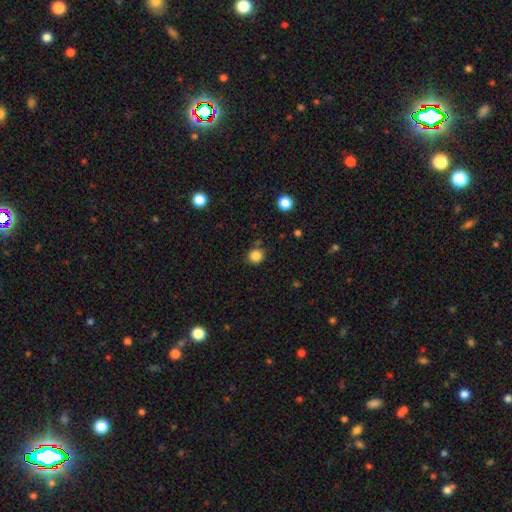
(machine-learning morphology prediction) The model was most divided on "smooth or featured": smooth: 84%, star or artifact: 12%, featured or disk: 4%. More confident: how rounded — round (86%); merging — none (84%).